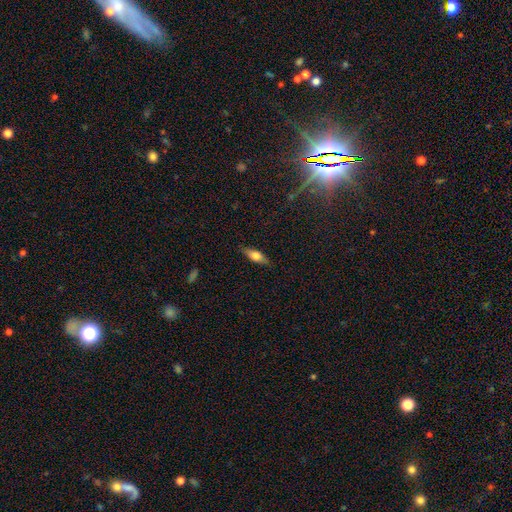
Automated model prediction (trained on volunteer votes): Smooth or featured: smooth — 63% (featured or disk — 30%)
How rounded: in between — 60% (cigar-shaped — 37%)
Merging: none — 85% (minor disturbance — 12%)